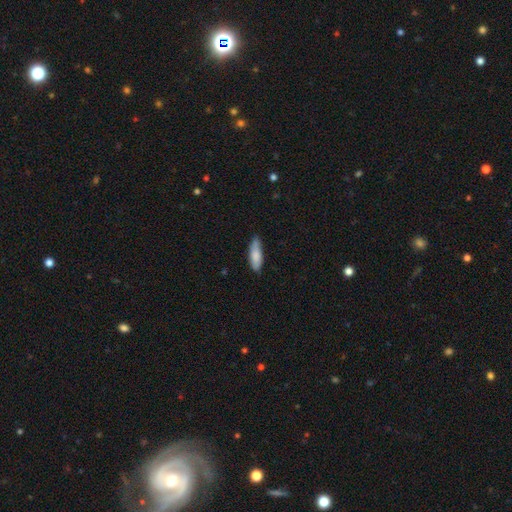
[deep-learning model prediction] smooth 82%, featured or disk 12%, star or artifact 6%. Down the decision tree: how rounded — in between (54%); merging — none (75%).